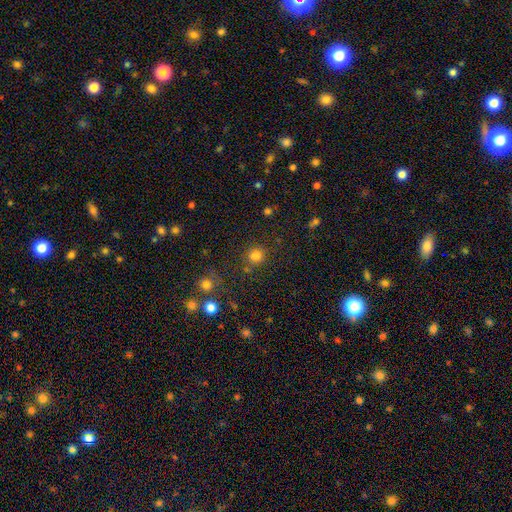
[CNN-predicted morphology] Overall: smooth (81%). How rounded: round (87%). Merging: none (80%).